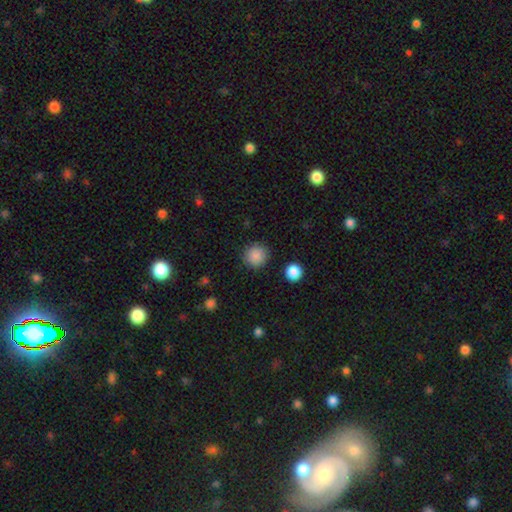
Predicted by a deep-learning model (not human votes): Morphology: type=smooth (87%); roundness=round (93%); merging=none (90%).